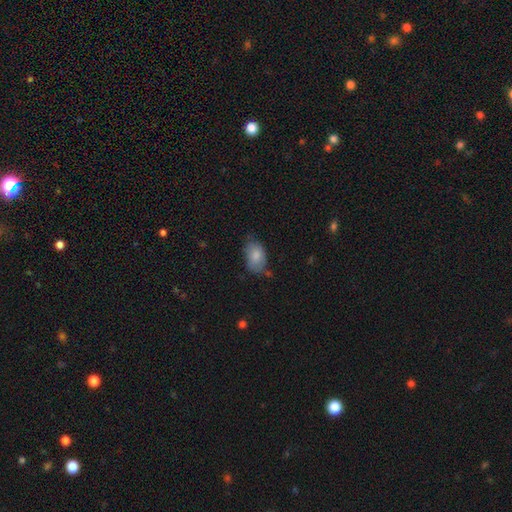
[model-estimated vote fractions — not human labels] The model was most divided on "merging": none: 59%, minor disturbance: 31%, major disturbance: 7%, merger: 3%. More confident: how rounded — in between (90%); smooth or featured — smooth (81%).